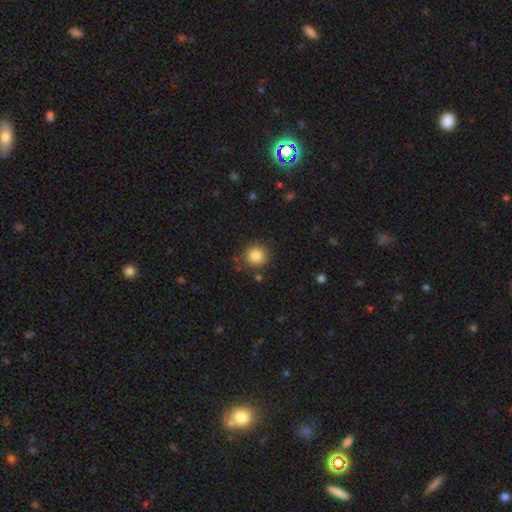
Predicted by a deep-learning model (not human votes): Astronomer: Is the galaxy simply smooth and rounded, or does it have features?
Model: smooth — 84%.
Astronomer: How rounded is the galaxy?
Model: round — 93%.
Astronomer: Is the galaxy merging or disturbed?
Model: none — 87%.